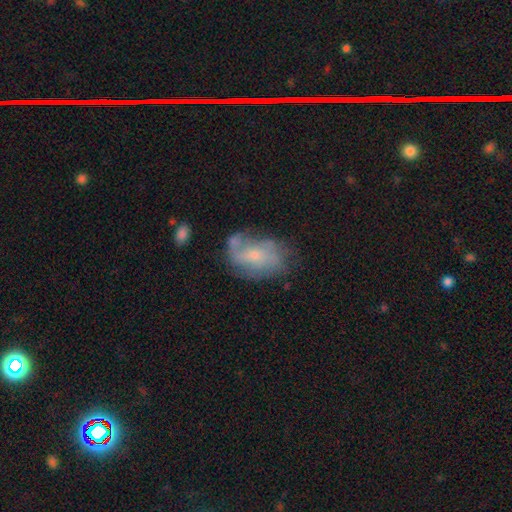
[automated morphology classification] Smooth or featured?
  - featured or disk: 61% *
  - smooth: 30%
  - star or artifact: 8%
Edge-on disk?
  - no: 96% *
  - yes: 4%
Bar?
  - no: 68% *
  - weak: 27%
  - strong: 5%
Spiral arms?
  - yes: 72% *
  - no: 28%
Bulge size?
  - small: 63% *
  - moderate: 27%
  - none: 7%
  - large: 2%
  - dominant: 1%
Merging?
  - none: 46% *
  - minor disturbance: 27%
  - major disturbance: 20%
  - merger: 7%